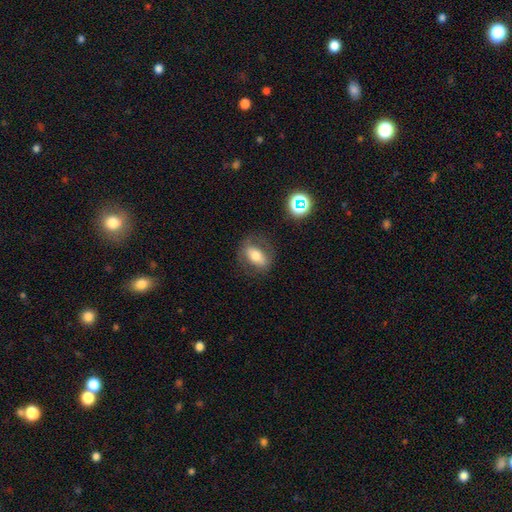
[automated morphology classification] A smooth galaxy with no disk features (58%) that is in between round and cigar-shaped (80%). Merging: none (76%).